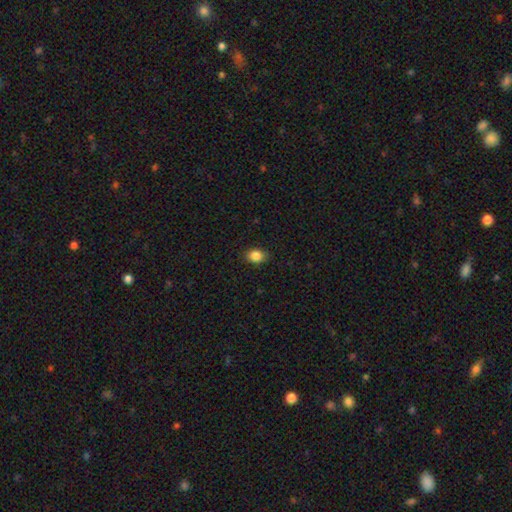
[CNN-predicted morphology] smooth-or-featured: smooth: 85% | star or artifact: 10% | featured or disk: 4%
  how-rounded: in between: 53% | round: 46% | cigar-shaped: 1%
  merging: none: 87% | minor disturbance: 10% | major disturbance: 2% | merger: 1%